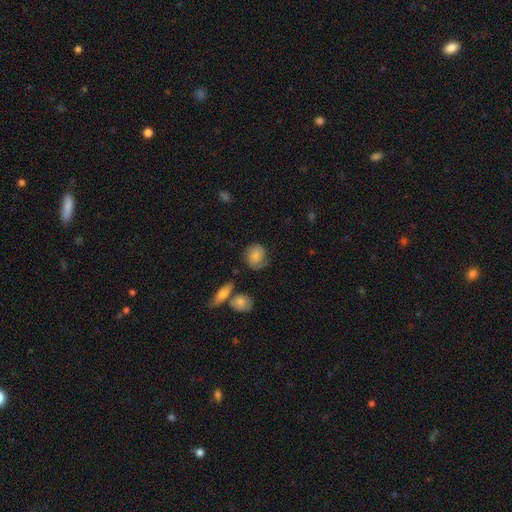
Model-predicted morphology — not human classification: Smooth or featured? smooth (62%)
How rounded? round (69%)
Merging? none (64%)